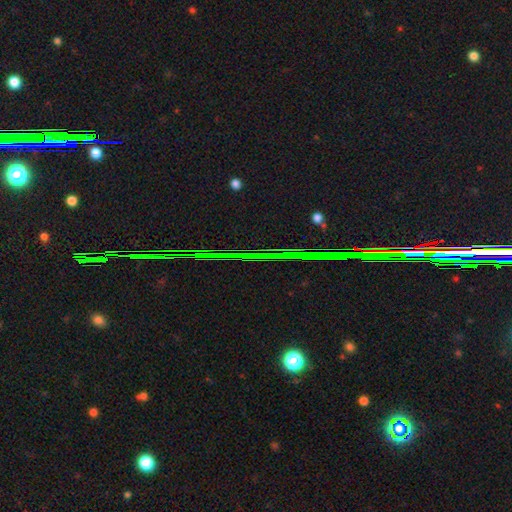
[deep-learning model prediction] This is clearly a star or artifact rather than a galaxy (83%).